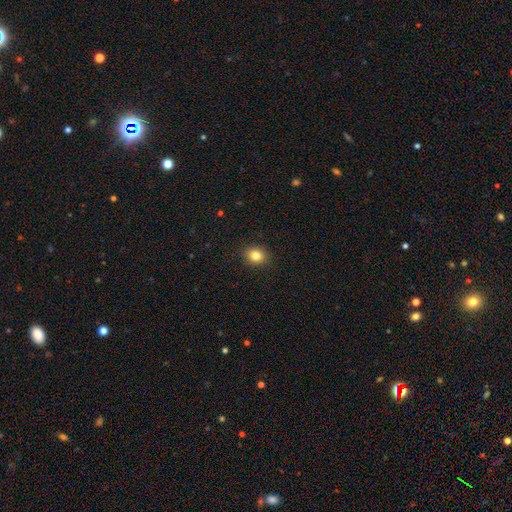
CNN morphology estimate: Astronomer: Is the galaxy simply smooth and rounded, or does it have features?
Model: smooth — 83%.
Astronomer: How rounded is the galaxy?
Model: round — 68%.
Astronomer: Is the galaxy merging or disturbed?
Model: none — 91%.